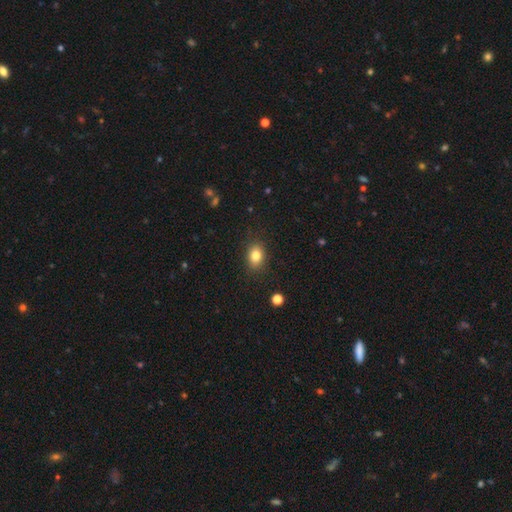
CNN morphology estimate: Smooth or featured? Predicted: smooth (p=0.82). How rounded? Predicted: in between (p=0.64). Merging? Predicted: none (p=0.85).